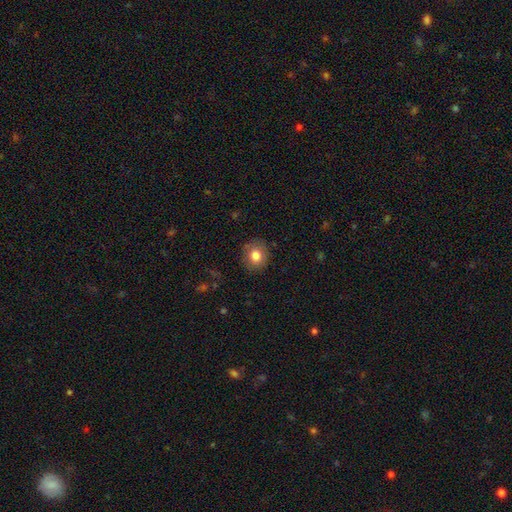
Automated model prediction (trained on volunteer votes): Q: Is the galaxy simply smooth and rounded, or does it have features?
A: smooth — 81%.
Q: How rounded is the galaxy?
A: round — 80%.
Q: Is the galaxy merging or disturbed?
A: none — 85%.